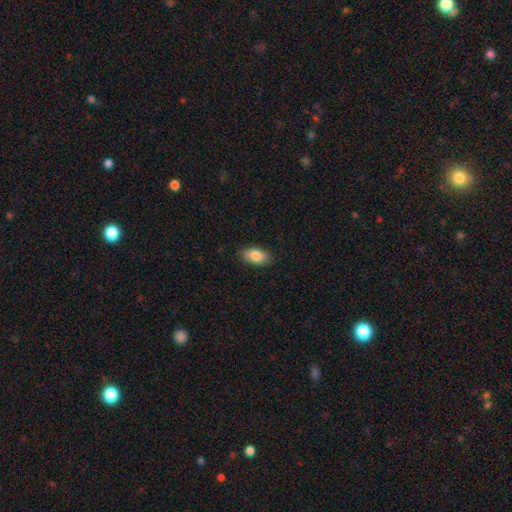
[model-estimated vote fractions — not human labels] This is clearly a smooth galaxy (84%). How rounded: clearly in between (93%). Merging: clearly none (89%).